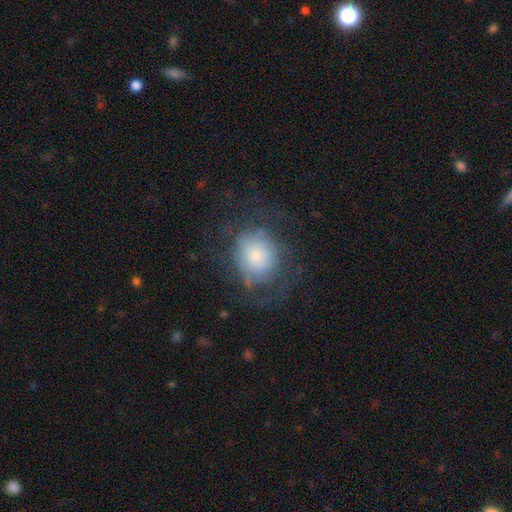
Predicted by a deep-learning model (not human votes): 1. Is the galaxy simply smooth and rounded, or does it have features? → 55% smooth, 35% featured or disk, 10% star or artifact.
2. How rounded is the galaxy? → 67% round, 32% in between, 1% cigar-shaped.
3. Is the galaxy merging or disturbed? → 53% none, 24% major disturbance, 21% minor disturbance, 1% merger.